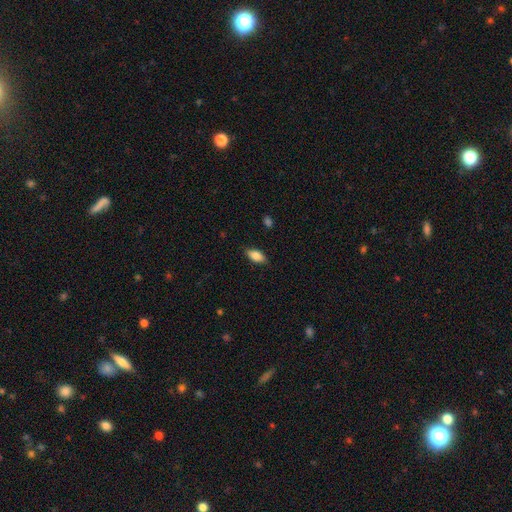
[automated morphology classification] A smooth galaxy with no disk features (81%) that is in between round and cigar-shaped (86%). Merging: none (83%).